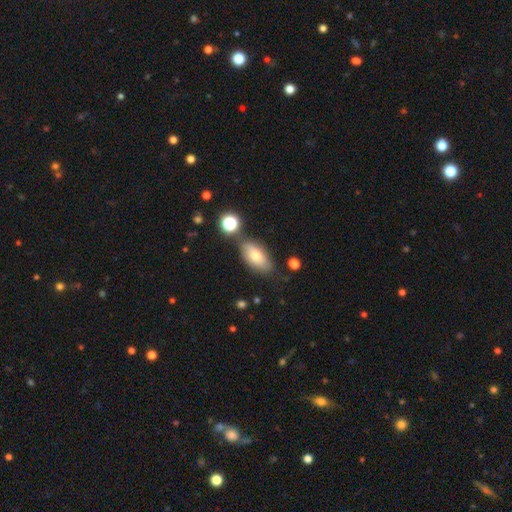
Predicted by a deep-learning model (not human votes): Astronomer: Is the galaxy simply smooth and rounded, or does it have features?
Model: smooth — 68%.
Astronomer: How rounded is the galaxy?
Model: in between — 88%.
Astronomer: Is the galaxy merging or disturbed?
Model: none — 69%.